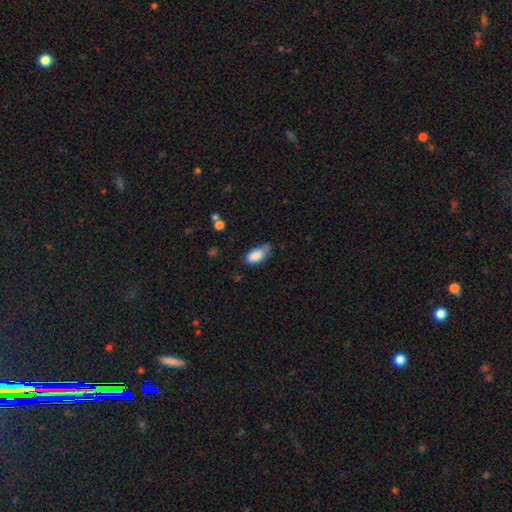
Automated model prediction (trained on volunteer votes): Overall: smooth (85%). How rounded: in between (92%). Merging: none (48%; minor disturbance 39%).